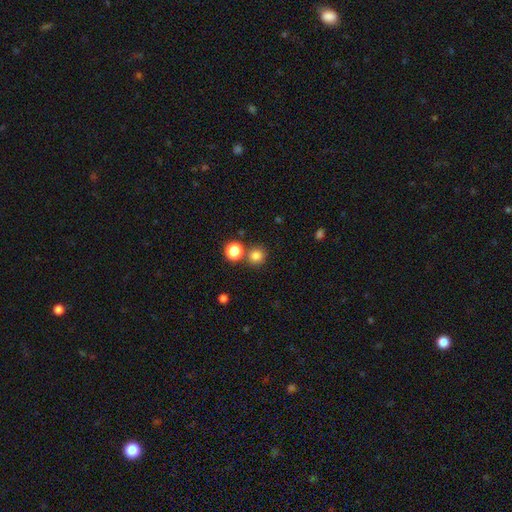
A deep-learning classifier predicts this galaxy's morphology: smooth_or_featured: smooth (p=0.81) [alt: star or artifact p=0.14]
how_rounded: round (p=0.93) [alt: in between p=0.06]
merging: none (p=0.78) [alt: merger p=0.13]